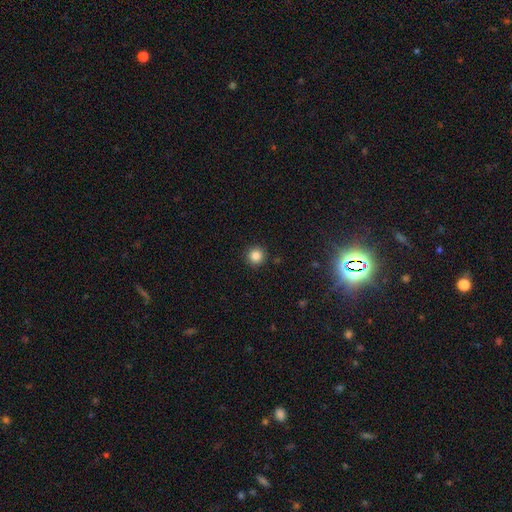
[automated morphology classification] smooth_or_featured: smooth (p=0.85) [alt: star or artifact p=0.11]
how_rounded: round (p=0.95) [alt: in between p=0.04]
merging: none (p=0.91) [alt: minor disturbance p=0.06]